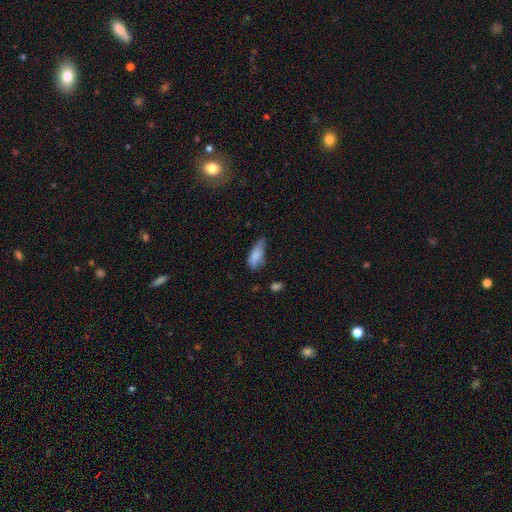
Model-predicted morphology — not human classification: A smooth galaxy with no disk features (81%) that is in between round and cigar-shaped (81%).

Vote fractions:
- Smooth or featured? smooth: 81% / featured or disk: 12% / star or artifact: 8%
- How rounded? in between: 81% / cigar-shaped: 17% / round: 2%
- Merging? minor disturbance: 44% / none: 39% / major disturbance: 14% / merger: 4%